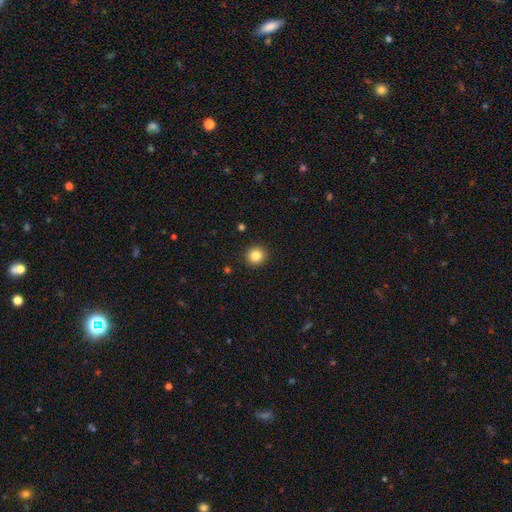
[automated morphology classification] A smooth galaxy with no disk features (84%) that is round (93%). Merging: none (92%).